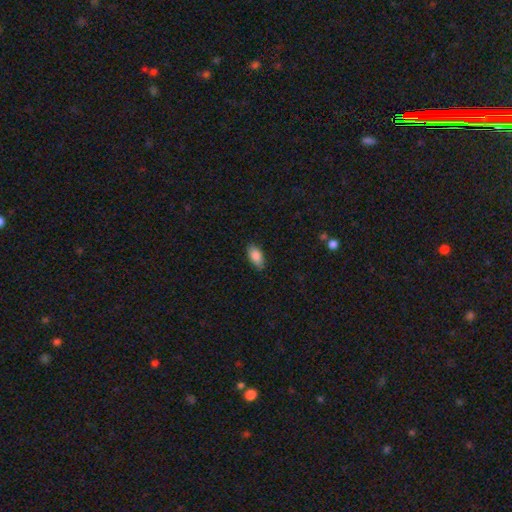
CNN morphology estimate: Smooth or featured?
  - smooth: 86% *
  - star or artifact: 7%
  - featured or disk: 7%
How rounded?
  - in between: 92% *
  - cigar-shaped: 5%
  - round: 3%
Merging?
  - none: 83% *
  - minor disturbance: 13%
  - major disturbance: 3%
  - merger: 1%